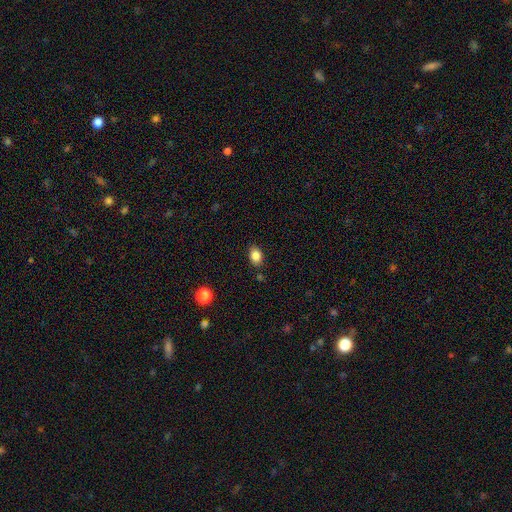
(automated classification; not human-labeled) This appears to be a smooth galaxy with no disk features (85%) that is in between round and cigar-shaped (74%). Merging: none (83%).